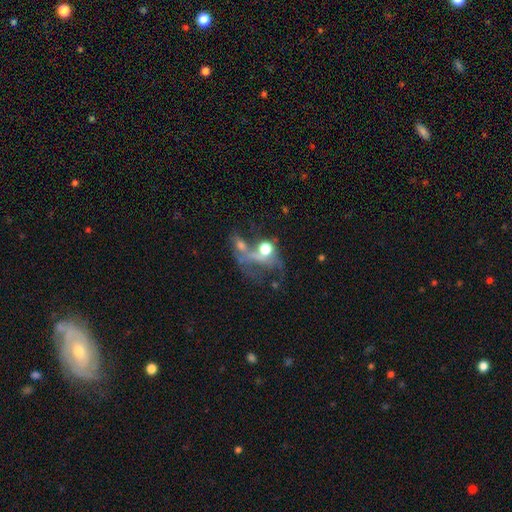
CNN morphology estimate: A featured or disk galaxy (50%).

Vote fractions:
- Smooth or featured? featured or disk: 50% / smooth: 30% / star or artifact: 20%
- Edge-on disk? no: 93% / yes: 7%
- Merging? merger: 44% / major disturbance: 28% / none: 19% / minor disturbance: 9%